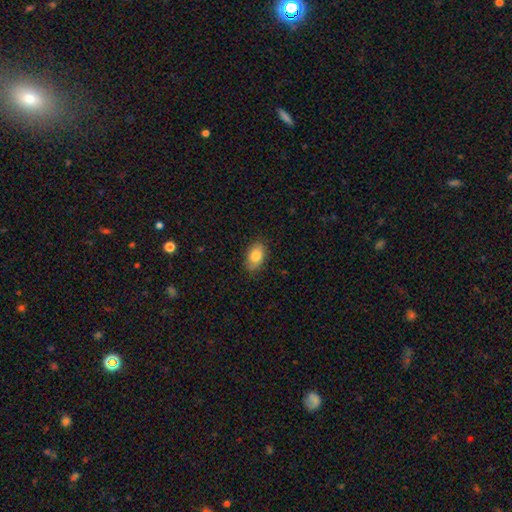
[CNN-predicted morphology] Smooth or featured?
  - smooth: 83% *
  - featured or disk: 10%
  - star or artifact: 7%
How rounded?
  - in between: 87% *
  - round: 11%
  - cigar-shaped: 1%
Merging?
  - none: 82% *
  - minor disturbance: 14%
  - major disturbance: 3%
  - merger: 1%